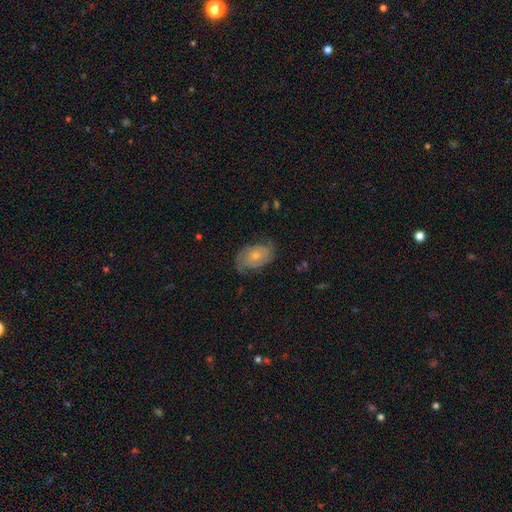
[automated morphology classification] A featured or disk galaxy (69%) with no bar (77%), 2 (71%) tight (47%) spiral arms (90%) and a small central bulge (62%).

Vote fractions:
- Smooth or featured? featured or disk: 69% / smooth: 24% / star or artifact: 7%
- Edge-on disk? no: 96% / yes: 4%
- Bar? no: 77% / weak: 19% / strong: 3%
- Spiral arms? yes: 90% / no: 10%
- Spiral winding? tight: 47% / medium: 37% / loose: 17%
- Spiral arm count? 2: 71% / can't tell: 16% / 3: 5% / 1: 4% / 4: 2% / more than 4: 2%
- Bulge size? small: 62% / moderate: 32% / none: 3% / large: 2% / dominant: 1%
- Merging? none: 69% / minor disturbance: 22% / major disturbance: 8% / merger: 1%